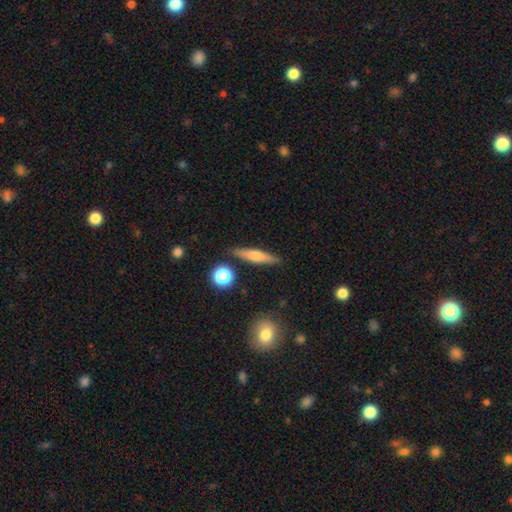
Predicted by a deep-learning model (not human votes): Overall: smooth (55%; featured or disk 37%). How rounded: cigar-shaped (81%). Merging: none (87%).